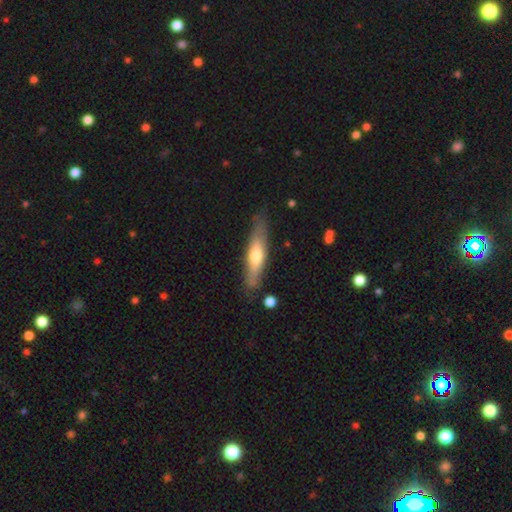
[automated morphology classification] Smooth or featured? smooth (50%)
How rounded? cigar-shaped (76%)
Merging? none (81%)